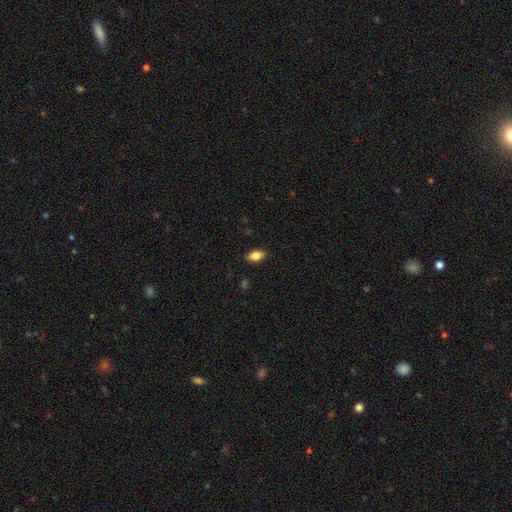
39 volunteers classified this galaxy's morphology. This appears to be a smooth galaxy with no disk features (72%) that is in between round and cigar-shaped (100%). Merging: none (91%).